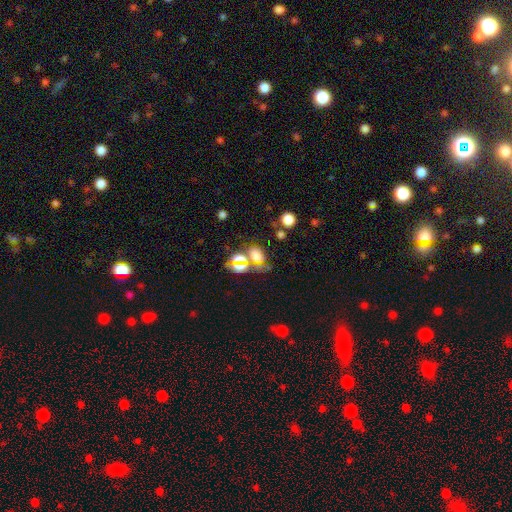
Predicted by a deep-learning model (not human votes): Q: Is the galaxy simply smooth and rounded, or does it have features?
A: smooth — 53%.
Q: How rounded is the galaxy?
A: in between — 65%.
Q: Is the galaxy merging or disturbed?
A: none — 39%.